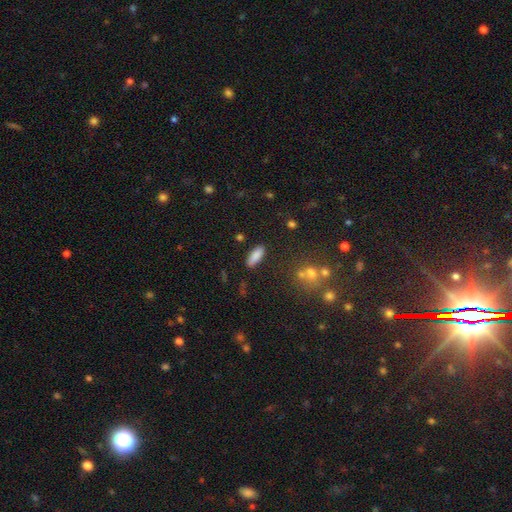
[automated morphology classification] Smooth or featured? Predicted: smooth (p=0.85). How rounded? Predicted: in between (p=0.66). Merging? Predicted: none (p=0.87).